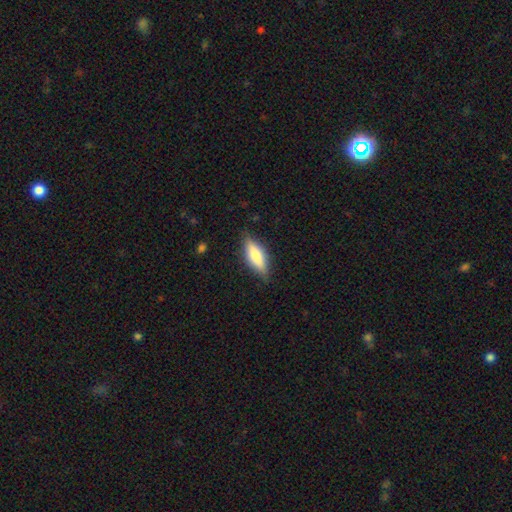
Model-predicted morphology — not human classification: smooth-or-featured: smooth: 62% | featured or disk: 31% | star or artifact: 6%
  how-rounded: in between: 49% | cigar-shaped: 48% | round: 2%
  merging: none: 82% | minor disturbance: 14% | major disturbance: 3% | merger: 1%